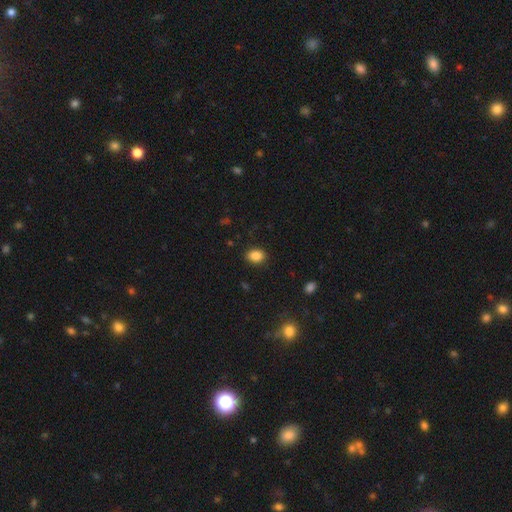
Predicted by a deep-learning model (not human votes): This appears to be a smooth galaxy with no disk features (87%) that is in between round and cigar-shaped (70%). Merging: none (88%).